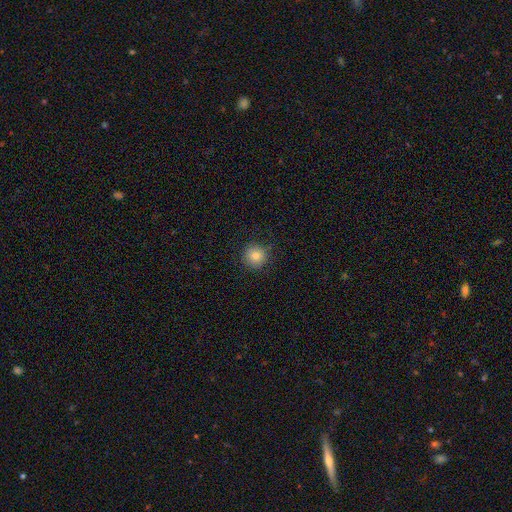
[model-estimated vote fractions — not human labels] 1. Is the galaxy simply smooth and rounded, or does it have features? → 82% smooth, 11% star or artifact, 7% featured or disk.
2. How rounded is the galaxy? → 94% round, 5% in between, 1% cigar-shaped.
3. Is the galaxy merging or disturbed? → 88% none, 9% minor disturbance, 3% major disturbance, 1% merger.